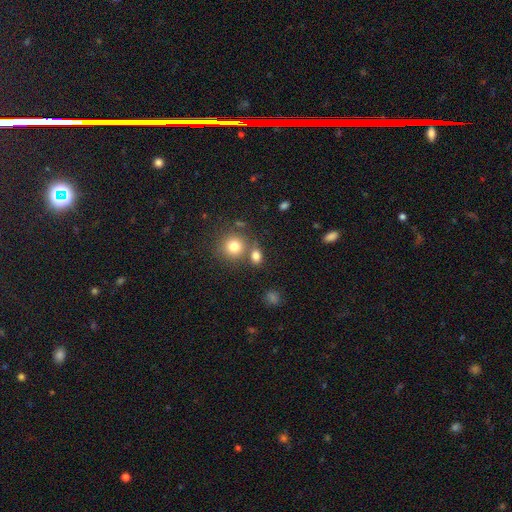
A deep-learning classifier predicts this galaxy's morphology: type=smooth (79%); roundness=round (49%, tied with in between); merging=none (60%).